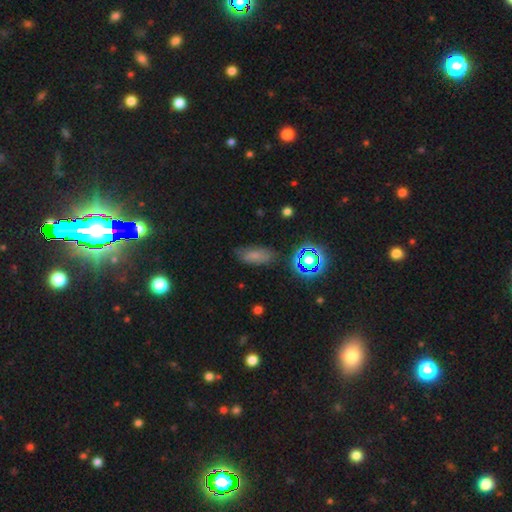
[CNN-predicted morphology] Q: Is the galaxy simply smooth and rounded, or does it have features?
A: smooth — 66%.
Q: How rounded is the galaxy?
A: in between — 83%.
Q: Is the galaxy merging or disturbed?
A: none — 72%.